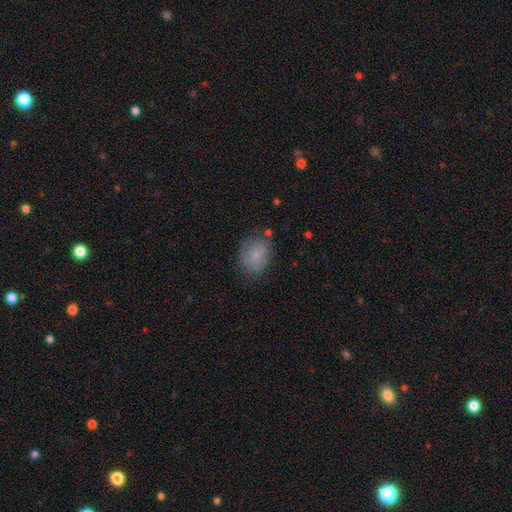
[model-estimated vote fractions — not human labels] A smooth galaxy with no disk features (78%) that is round (52%). Merging: none (69%).